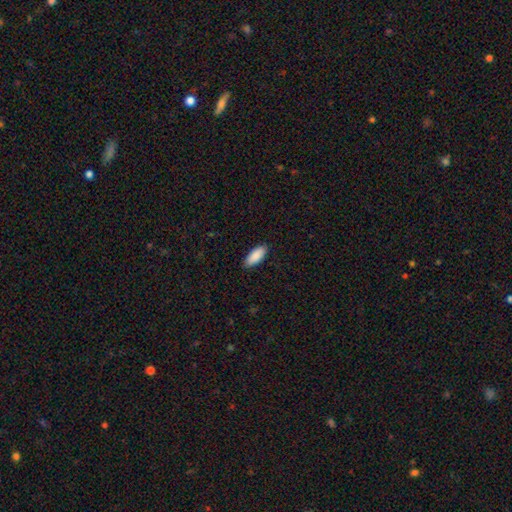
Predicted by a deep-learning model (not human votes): A smooth galaxy with no disk features (90%) that is in between round and cigar-shaped (86%).

Vote fractions:
- Smooth or featured? smooth: 90% / star or artifact: 6% / featured or disk: 4%
- How rounded? in between: 86% / cigar-shaped: 13% / round: 2%
- Merging? none: 88% / minor disturbance: 9% / major disturbance: 2% / merger: 1%